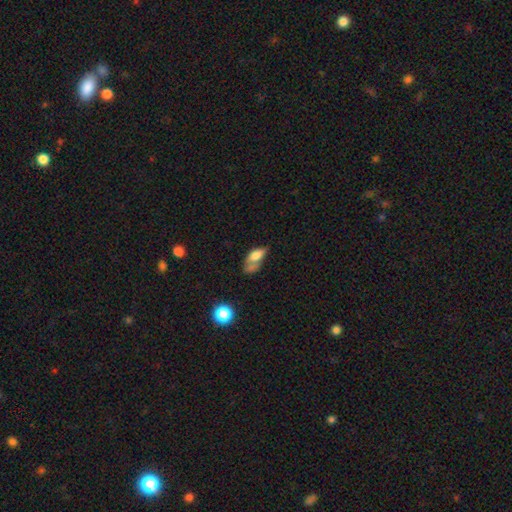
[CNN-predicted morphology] Overall: smooth (62%; featured or disk 28%). How rounded: in between (81%). Merging: major disturbance (28%; merger 25%).